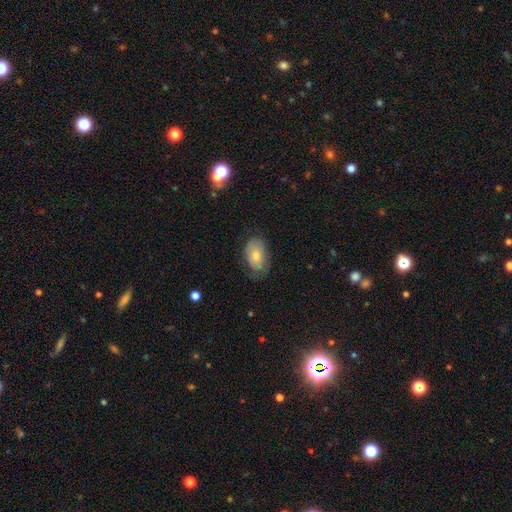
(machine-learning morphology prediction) smooth_or_featured: smooth (p=0.57) [alt: featured or disk p=0.33]
how_rounded: in between (p=0.87) [alt: round p=0.11]
merging: none (p=0.67) [alt: minor disturbance p=0.24]